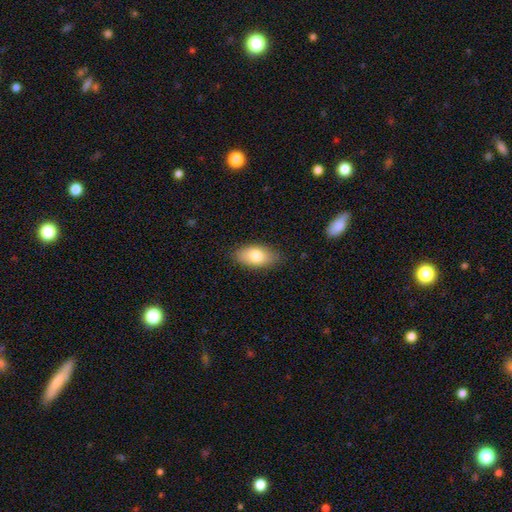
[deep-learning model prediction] This appears to be a smooth galaxy with no disk features (80%) that is in between round and cigar-shaped (92%). Merging: none (82%).